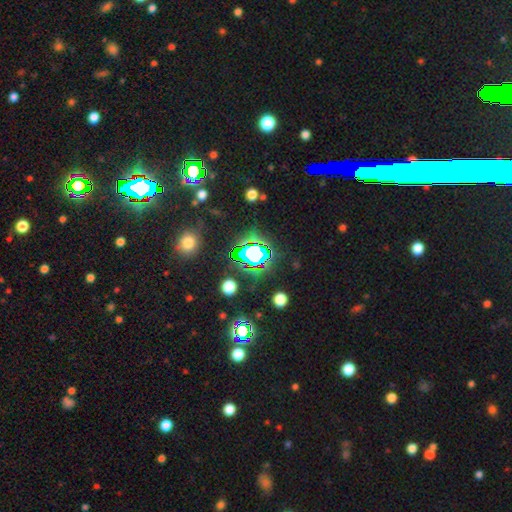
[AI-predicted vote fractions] A star or artifact, not a galaxy (63%).

Vote fractions:
- Smooth or featured? star or artifact: 63% / smooth: 24% / featured or disk: 13%